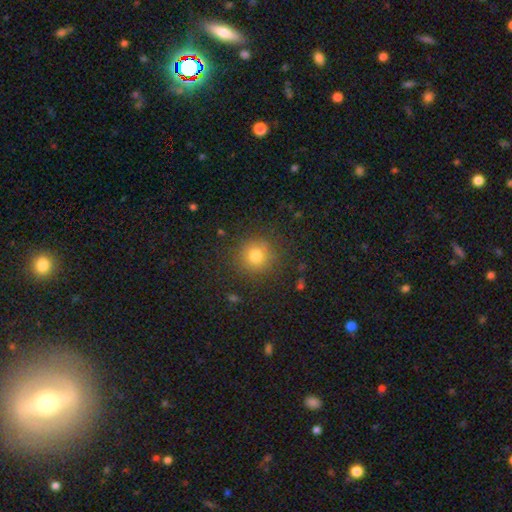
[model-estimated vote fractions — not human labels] A smooth galaxy with no disk features (78%) that is round (93%).

Vote fractions:
- Smooth or featured? smooth: 78% / star or artifact: 15% / featured or disk: 7%
- How rounded? round: 93% / in between: 6% / cigar-shaped: 1%
- Merging? none: 88% / minor disturbance: 8% / major disturbance: 3% / merger: 1%